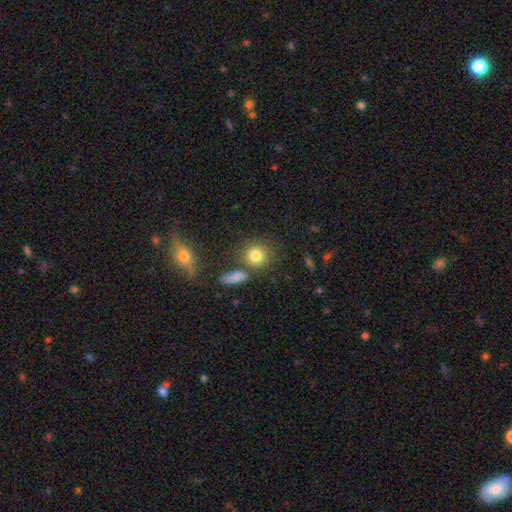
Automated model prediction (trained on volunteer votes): smooth_or_featured: smooth (p=0.81) [alt: star or artifact p=0.11]
how_rounded: round (p=0.82) [alt: in between p=0.16]
merging: none (p=0.72) [alt: merger p=0.13]